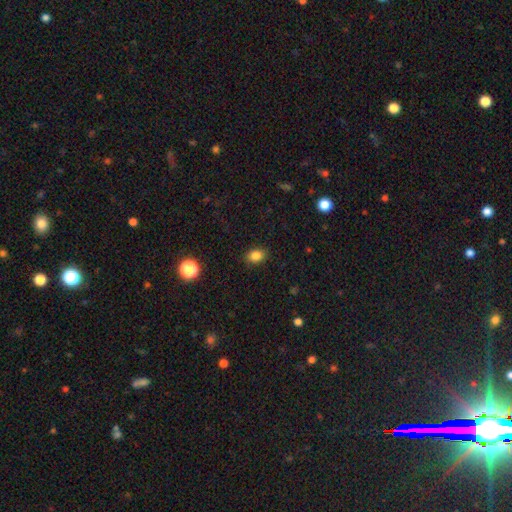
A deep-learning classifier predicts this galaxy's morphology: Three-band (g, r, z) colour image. It shows a smooth galaxy with no disk features (83%) that is in between round and cigar-shaped (62%). Merging: none (86%).